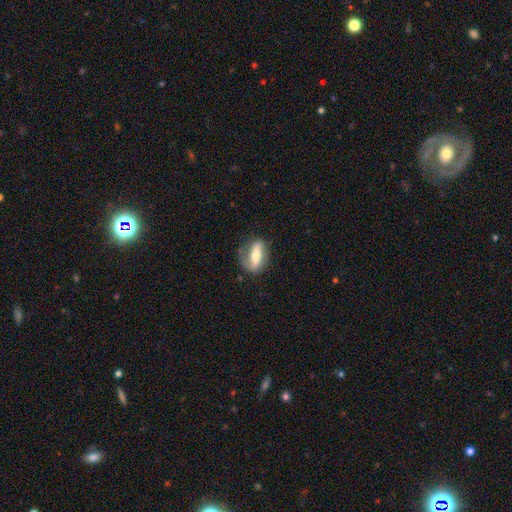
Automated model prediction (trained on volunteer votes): smooth_or_featured: featured or disk (p=0.62) [alt: smooth p=0.31]
disk_edge_on: no (p=0.78) [alt: yes p=0.22]
merging: none (p=0.70) [alt: minor disturbance p=0.19]